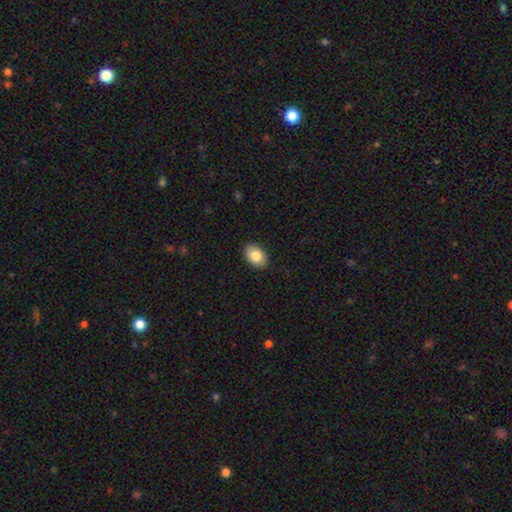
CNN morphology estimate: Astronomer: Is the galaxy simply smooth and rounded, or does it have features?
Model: smooth — 84%.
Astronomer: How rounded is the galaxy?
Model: in between — 84%.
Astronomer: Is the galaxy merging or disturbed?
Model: none — 89%.